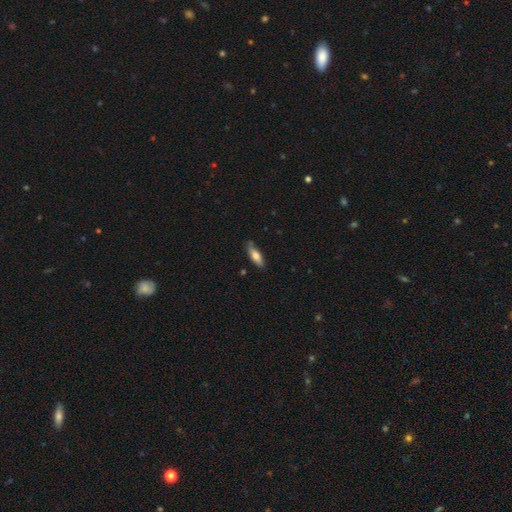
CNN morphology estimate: The model was most divided on "how rounded": in between: 58%, cigar-shaped: 40%, round: 2%. More confident: merging — none (78%); smooth or featured — smooth (72%).